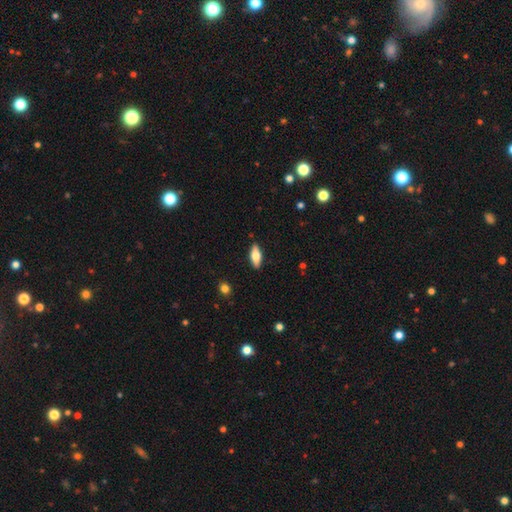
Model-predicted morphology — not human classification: The model was most divided on "smooth or featured": smooth: 67%, featured or disk: 27%, star or artifact: 6%. More confident: merging — none (88%); how rounded — in between (73%).